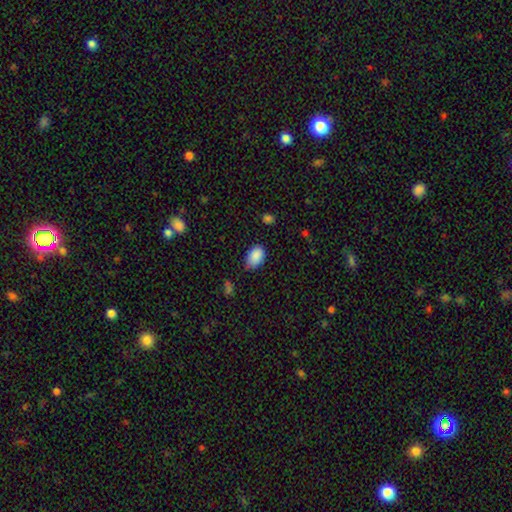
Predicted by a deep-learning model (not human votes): This appears to be a smooth galaxy with no disk features (88%) that is in between round and cigar-shaped (87%). Merging: none (67%).